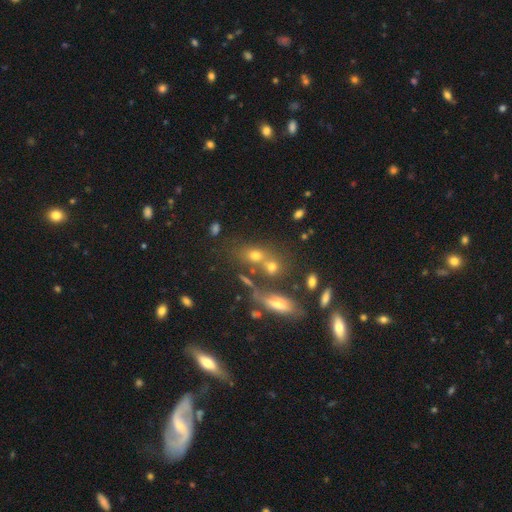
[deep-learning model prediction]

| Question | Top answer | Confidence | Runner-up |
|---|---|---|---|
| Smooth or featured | smooth | 40% | star or artifact (30%) |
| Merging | none | 48% | merger (33%) |